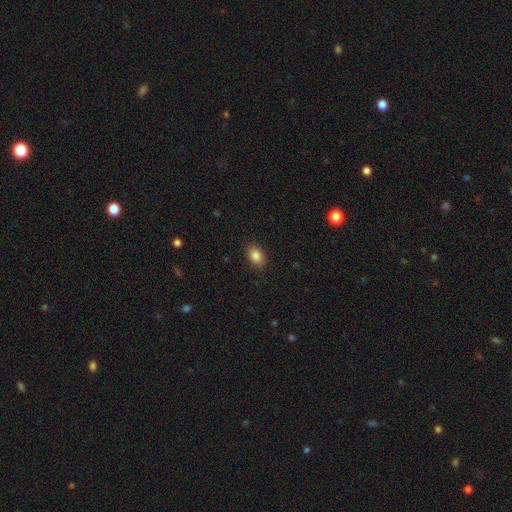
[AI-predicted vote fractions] smooth_or_featured: smooth (p=0.86) [alt: star or artifact p=0.09]
how_rounded: in between (p=0.84) [alt: round p=0.15]
merging: none (p=0.87) [alt: minor disturbance p=0.09]